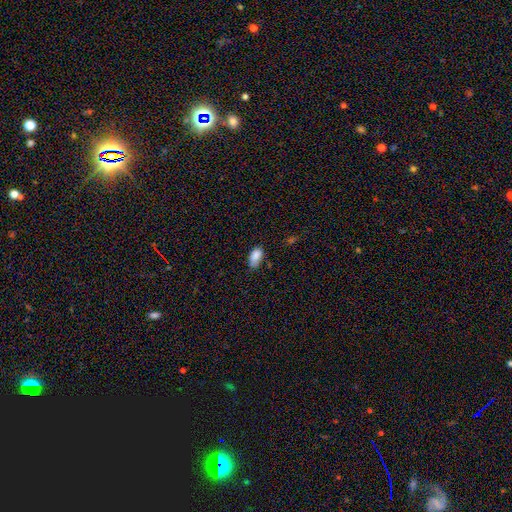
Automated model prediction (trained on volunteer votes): A smooth galaxy with no disk features (85%) that is in between round and cigar-shaped (92%). Merging: none (57%).